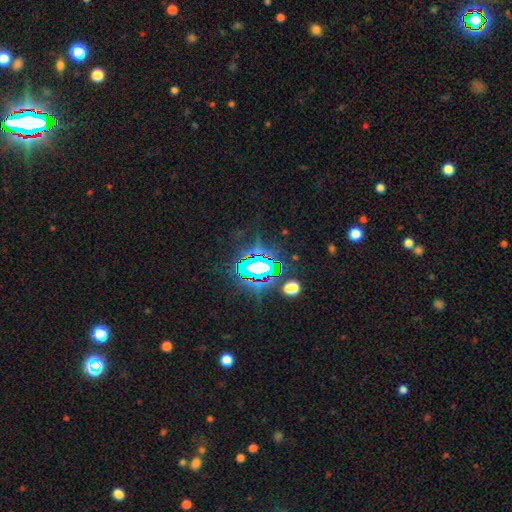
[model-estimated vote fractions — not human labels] A star or artifact, not a galaxy (81%).

Vote fractions:
- Smooth or featured? star or artifact: 81% / smooth: 12% / featured or disk: 7%